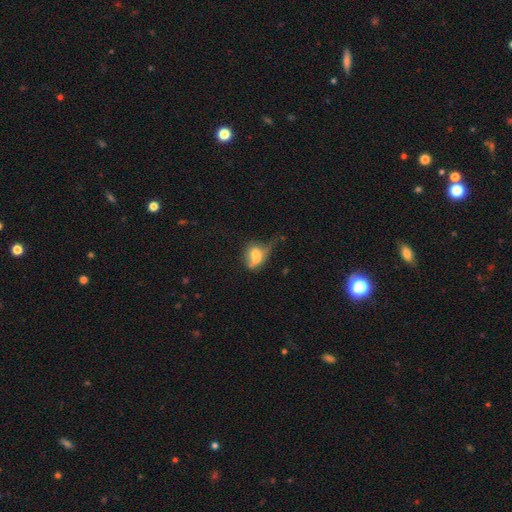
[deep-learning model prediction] smooth 59%, featured or disk 30%, star or artifact 12%. Down the decision tree: how rounded — in between (55%); merging — merger (35%).